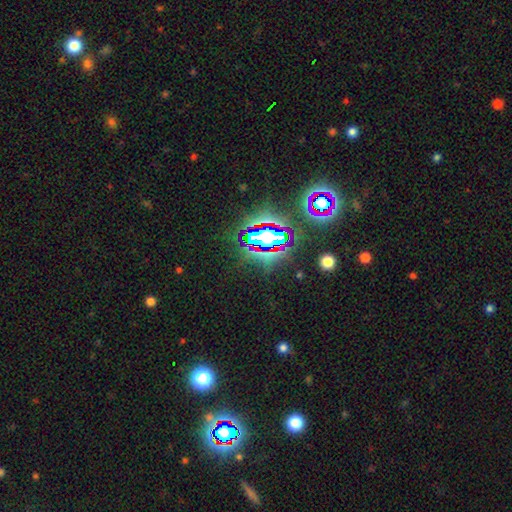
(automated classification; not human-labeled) smooth_or_featured: star or artifact (p=0.75) [alt: smooth p=0.14]